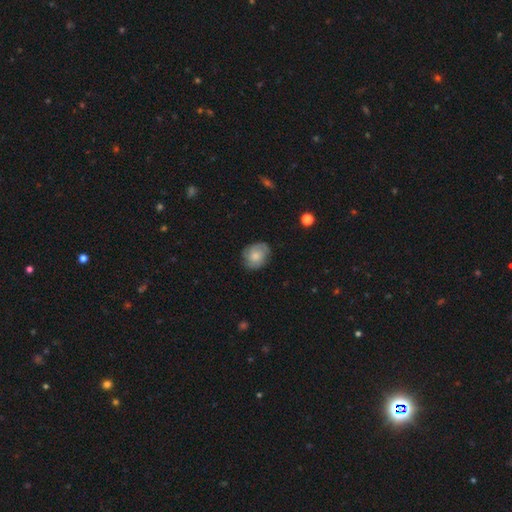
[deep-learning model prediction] Smooth or featured? smooth (55%)
How rounded? round (53%)
Merging? none (74%)